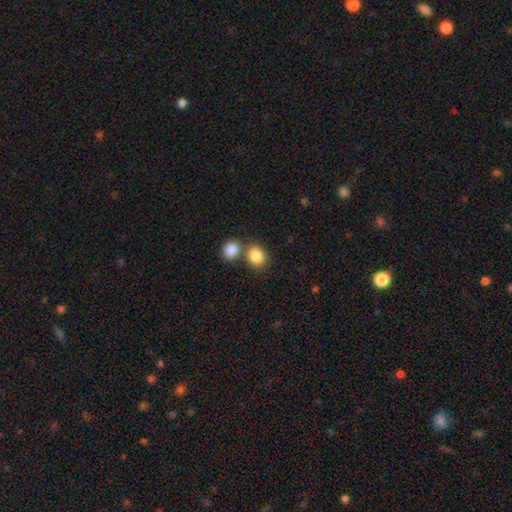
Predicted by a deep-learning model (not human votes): Overall: smooth (86%). How rounded: round (65%; in between 34%). Merging: none (54%; merger 34%).